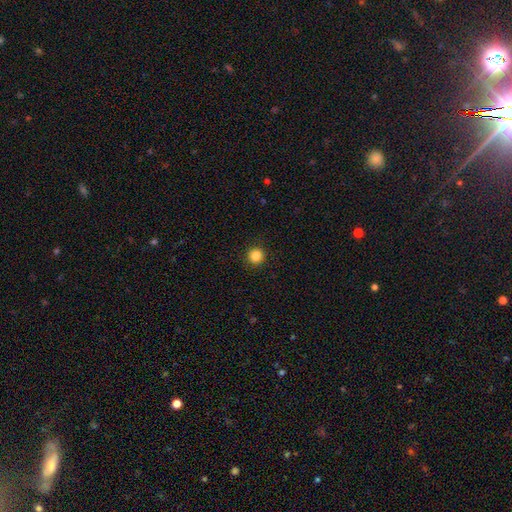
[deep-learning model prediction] Smooth or featured? Predicted: smooth (p=0.84). How rounded? Predicted: round (p=0.95). Merging? Predicted: none (p=0.93).